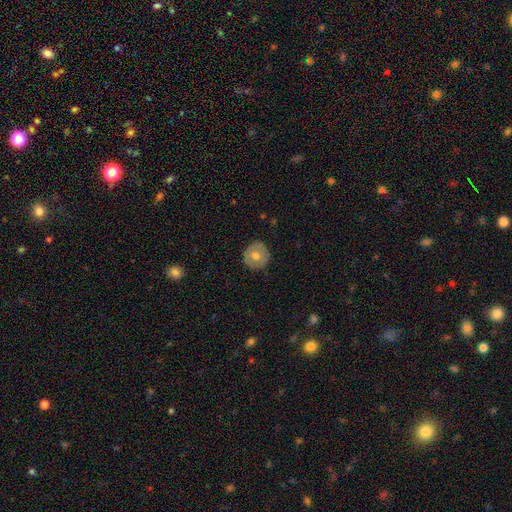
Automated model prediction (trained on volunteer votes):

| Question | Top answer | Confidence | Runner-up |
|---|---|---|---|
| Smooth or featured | smooth | 61% | featured or disk (32%) |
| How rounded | round | 93% | in between (6%) |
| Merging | none | 88% | minor disturbance (9%) |